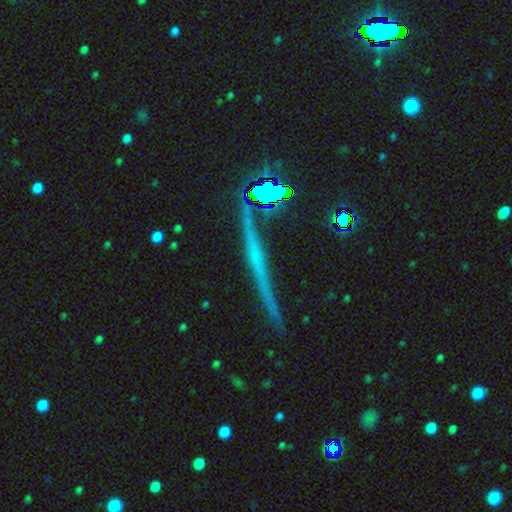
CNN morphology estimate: Smooth or featured: featured or disk — 49% (star or artifact — 28%)
Merging: none — 88% (minor disturbance — 8%)